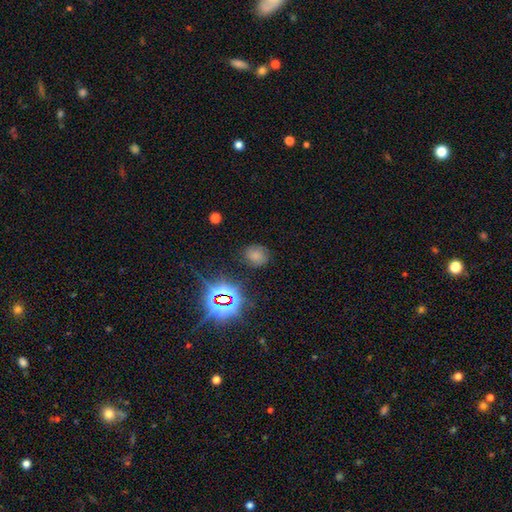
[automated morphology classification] A smooth galaxy with no disk features (65%) that is round (59%). Merging: none (80%).